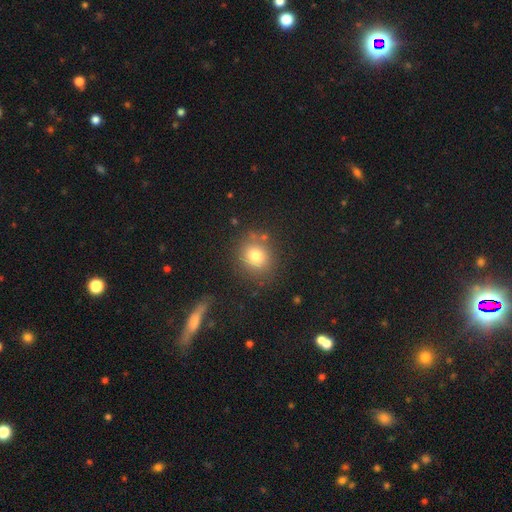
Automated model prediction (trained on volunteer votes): Morphology: type=smooth (78%); roundness=round (76%); merging=none (80%).